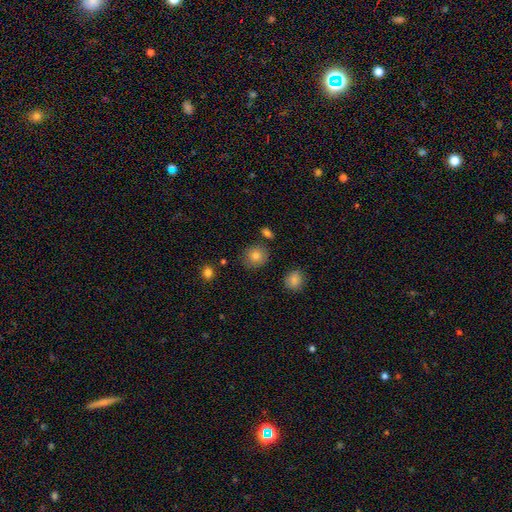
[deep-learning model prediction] Smooth or featured? smooth (82%)
How rounded? round (84%)
Merging? none (82%)